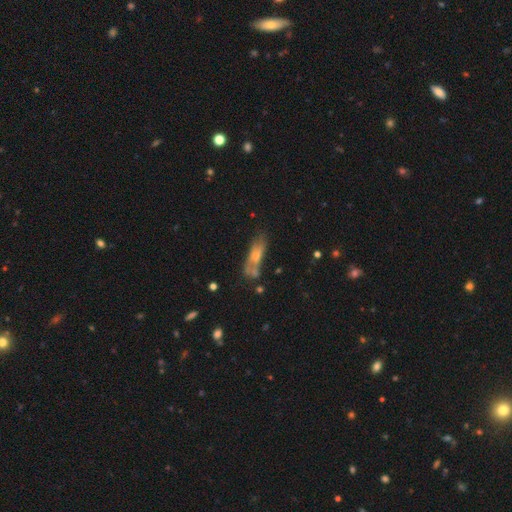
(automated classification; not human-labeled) The model was most divided on "smooth or featured": smooth: 46%, featured or disk: 45%, star or artifact: 10%. Remaining: merging — none (40%).